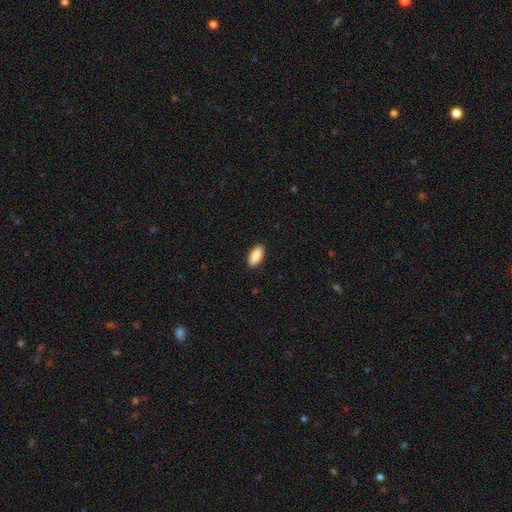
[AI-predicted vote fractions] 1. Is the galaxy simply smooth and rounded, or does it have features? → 90% smooth, 6% star or artifact, 4% featured or disk.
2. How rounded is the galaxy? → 89% in between, 9% cigar-shaped, 2% round.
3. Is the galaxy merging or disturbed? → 90% none, 7% minor disturbance, 2% major disturbance, 1% merger.